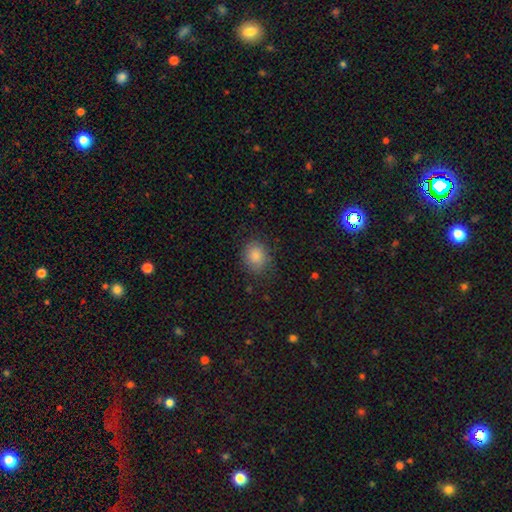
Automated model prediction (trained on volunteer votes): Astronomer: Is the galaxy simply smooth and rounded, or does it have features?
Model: smooth — 86%.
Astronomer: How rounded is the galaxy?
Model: round — 69%.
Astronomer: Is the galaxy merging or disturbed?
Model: none — 80%.